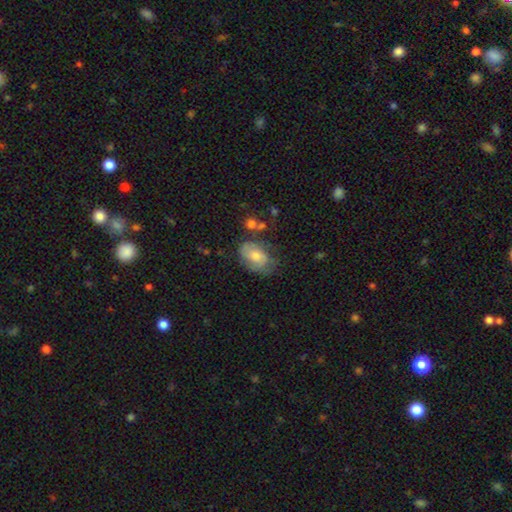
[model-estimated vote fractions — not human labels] Smooth or featured?
  - smooth: 55% *
  - featured or disk: 36%
  - star or artifact: 9%
How rounded?
  - in between: 83% *
  - round: 15%
  - cigar-shaped: 1%
Merging?
  - none: 53% *
  - minor disturbance: 28%
  - major disturbance: 13%
  - merger: 6%